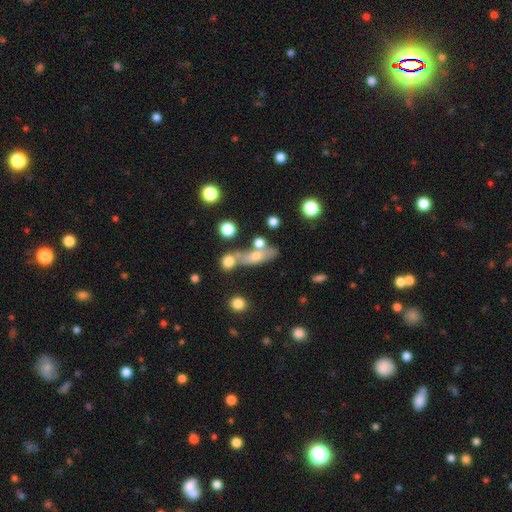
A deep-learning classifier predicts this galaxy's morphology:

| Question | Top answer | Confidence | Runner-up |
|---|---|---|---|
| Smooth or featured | smooth | 48% | featured or disk (38%) |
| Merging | none | 47% | merger (27%) |